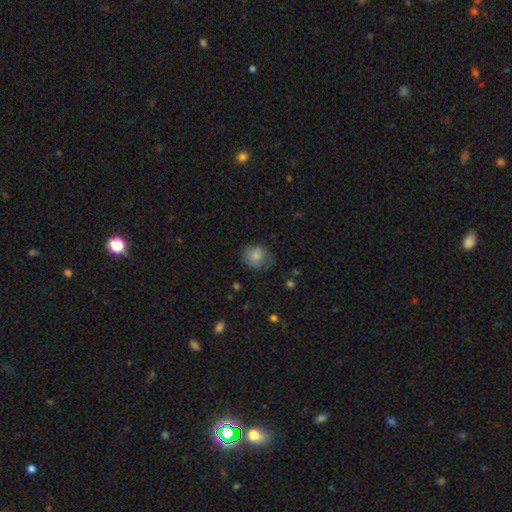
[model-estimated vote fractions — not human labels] Morphology: type=smooth (77%); roundness=round (71%); merging=none (59%).